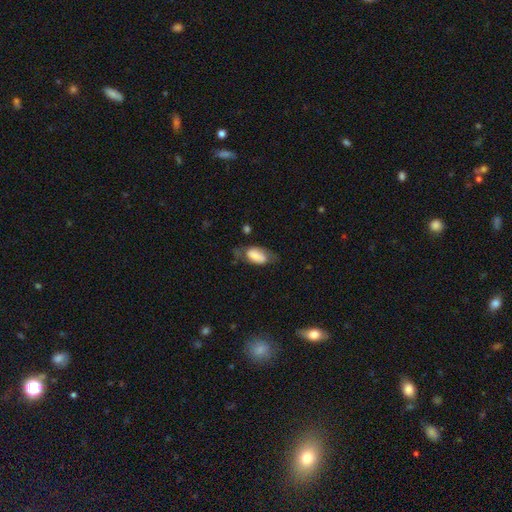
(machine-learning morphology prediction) type=smooth (68%); roundness=in between (91%); merging=none (49%).